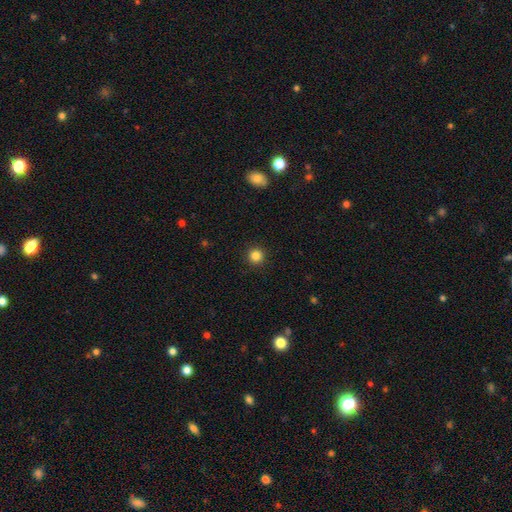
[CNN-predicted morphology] Q: Smooth or featured?
A: smooth (84%); runner-up: star or artifact (12%)
Q: How rounded?
A: round (96%); runner-up: in between (3%)
Q: Merging?
A: none (93%); runner-up: minor disturbance (5%)